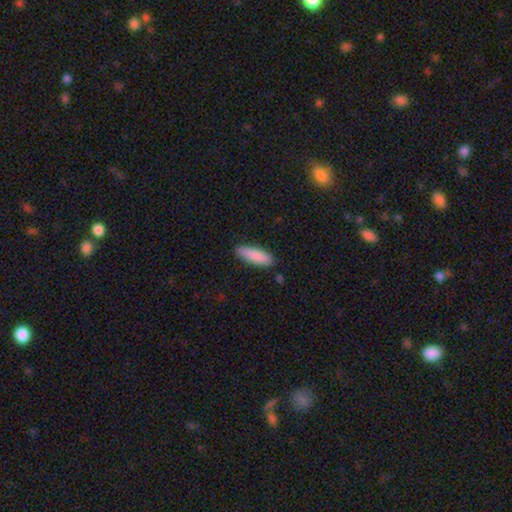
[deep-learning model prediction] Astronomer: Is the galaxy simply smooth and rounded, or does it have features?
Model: smooth — 87%.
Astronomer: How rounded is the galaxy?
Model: cigar-shaped — 56% (runner-up: in between, 43%).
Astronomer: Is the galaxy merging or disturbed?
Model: none — 84%.